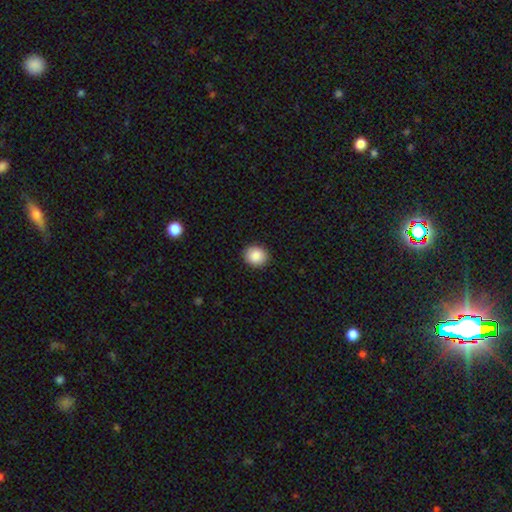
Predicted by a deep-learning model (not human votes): smooth 89%, star or artifact 8%, featured or disk 3%. Down the decision tree: how rounded — round (76%); merging — none (91%).